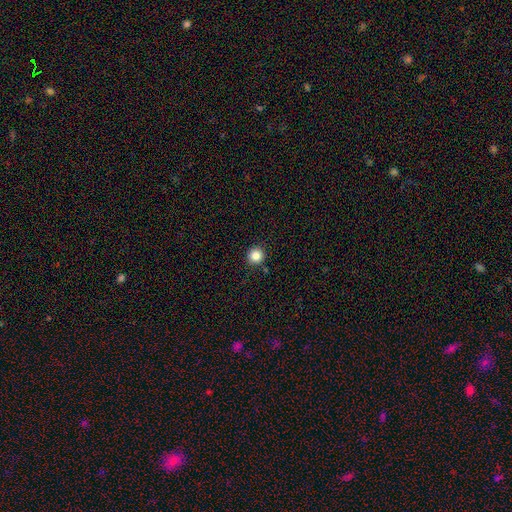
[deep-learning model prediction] Smooth or featured? Predicted: smooth (p=0.85). How rounded? Predicted: round (p=0.94). Merging? Predicted: none (p=0.90).